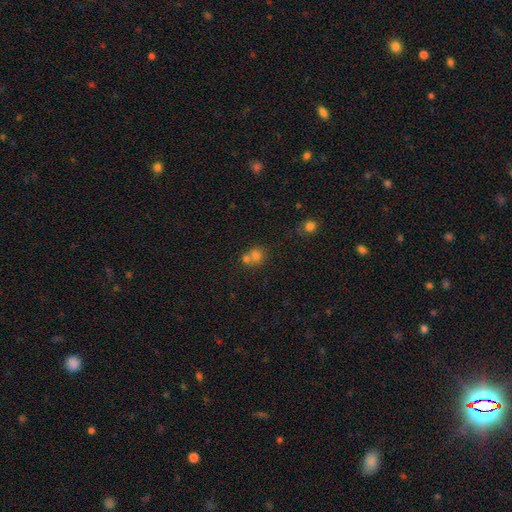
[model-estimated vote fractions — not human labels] Smooth or featured? smooth (72%)
How rounded? round (72%)
Merging? merger (48%)